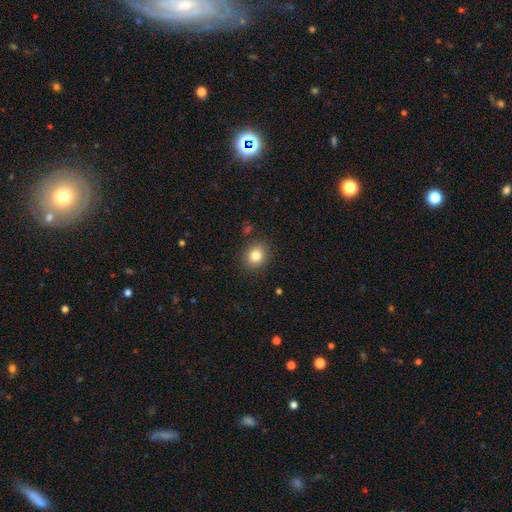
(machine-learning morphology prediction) smooth 82%, star or artifact 11%, featured or disk 7%. Down the decision tree: how rounded — round (69%); merging — none (87%).